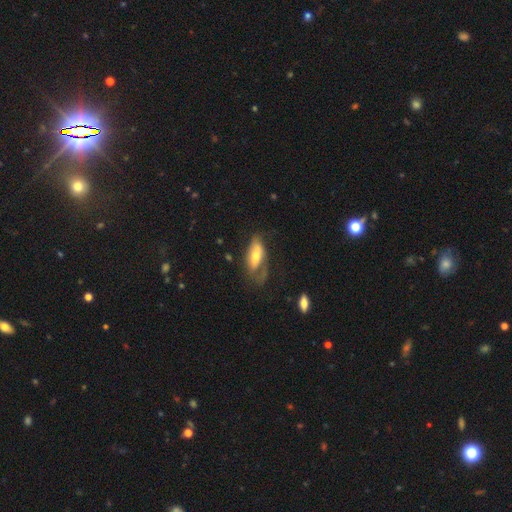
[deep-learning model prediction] This appears to be a smooth galaxy with no disk features (51%) that is in between round and cigar-shaped (80%). Merging: none (38%).